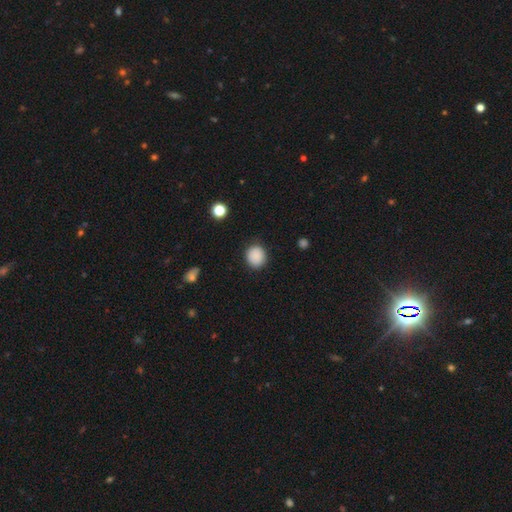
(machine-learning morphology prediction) This is clearly a smooth galaxy (88%). How rounded: clearly round (81%). Merging: clearly none (87%).